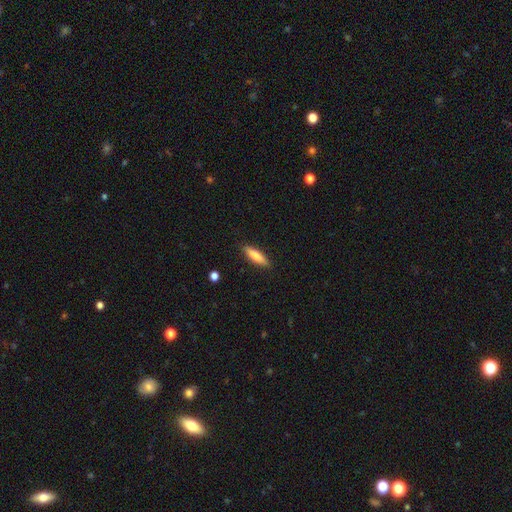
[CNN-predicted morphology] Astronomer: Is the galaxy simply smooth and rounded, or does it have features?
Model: smooth — 77%.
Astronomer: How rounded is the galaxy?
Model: cigar-shaped — 68%.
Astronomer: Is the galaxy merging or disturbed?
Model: none — 88%.